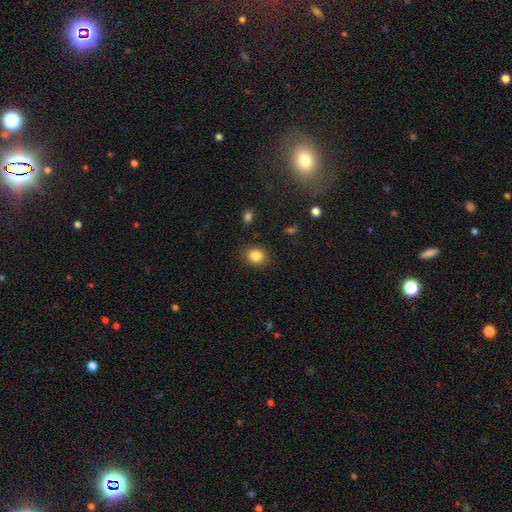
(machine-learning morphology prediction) A smooth galaxy with no disk features (85%) that is round (57%).

Vote fractions:
- Smooth or featured? smooth: 85% / star or artifact: 10% / featured or disk: 6%
- How rounded? round: 57% / in between: 42% / cigar-shaped: 1%
- Merging? none: 87% / minor disturbance: 9% / major disturbance: 3% / merger: 1%